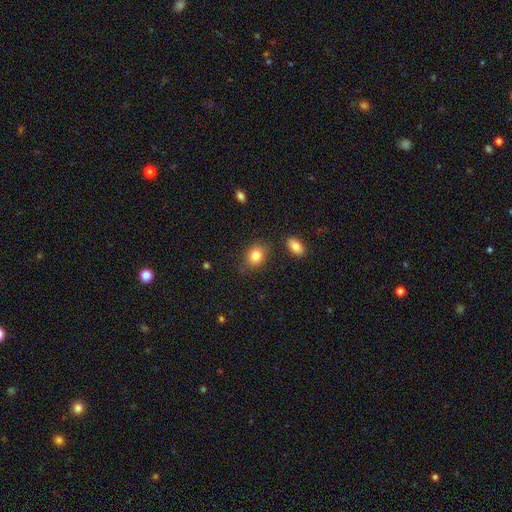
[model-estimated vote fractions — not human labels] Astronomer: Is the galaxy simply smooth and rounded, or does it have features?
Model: smooth — 82%.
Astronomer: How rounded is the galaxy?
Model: in between — 57% (runner-up: round, 42%).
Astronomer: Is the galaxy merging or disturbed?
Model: none — 77%.